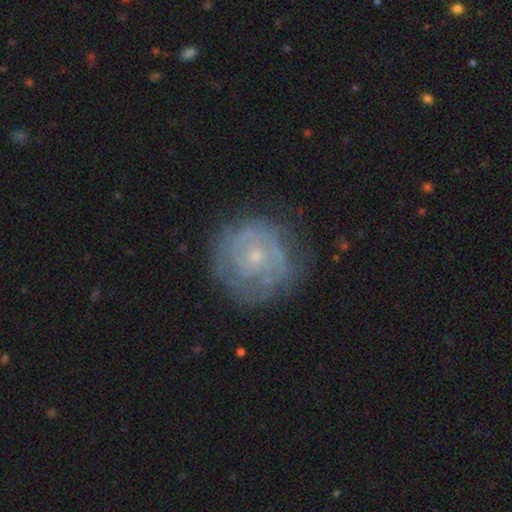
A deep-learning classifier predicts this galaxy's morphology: smooth-or-featured: featured or disk: 74% | smooth: 19% | star or artifact: 8%
  disk-edge-on: no: 98% | yes: 2%
    bar: no: 79% | weak: 18% | strong: 3%
    has-spiral-arms: yes: 81% | no: 19%
      spiral-winding: tight: 71% | medium: 22% | loose: 7%
      spiral-arm-count: can't tell: 48% | 2: 22% | 3: 13% | 4: 6% | 1: 6% | more than 4: 5%
    bulge-size: small: 78% | moderate: 17% | none: 3% | large: 1% | dominant: 1%
  merging: none: 72% | minor disturbance: 18% | major disturbance: 8% | merger: 1%